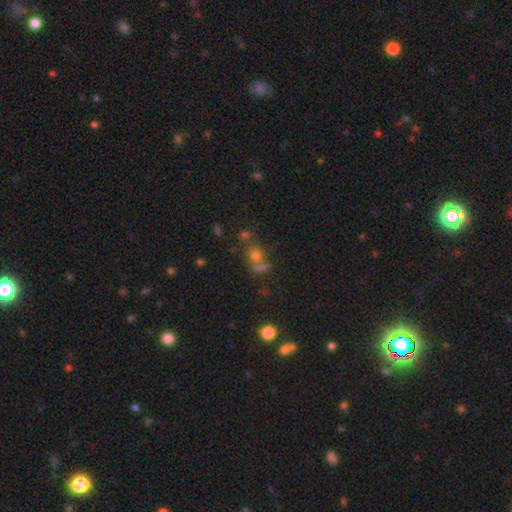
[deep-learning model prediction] Smooth or featured? smooth (61%)
How rounded? round (73%)
Merging? none (49%)